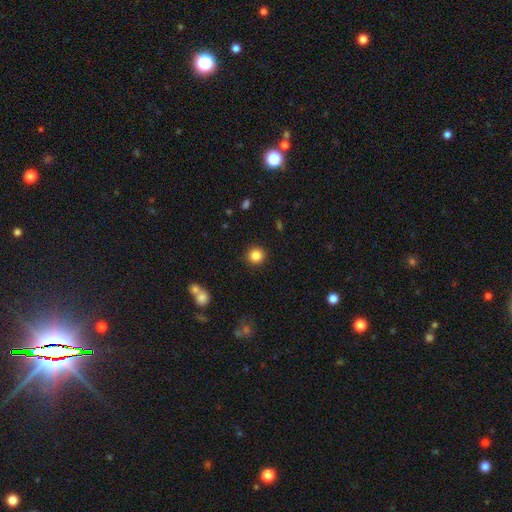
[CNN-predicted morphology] Q: Smooth or featured?
A: smooth (85%); runner-up: star or artifact (10%)
Q: How rounded?
A: round (92%); runner-up: in between (7%)
Q: Merging?
A: none (91%); runner-up: minor disturbance (5%)